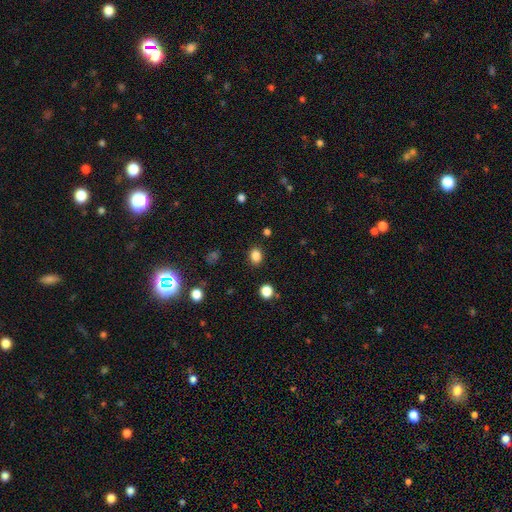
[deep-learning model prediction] The model was most divided on "how rounded": round: 51%, in between: 48%, cigar-shaped: 1%. More confident: merging — none (87%); smooth or featured — smooth (84%).